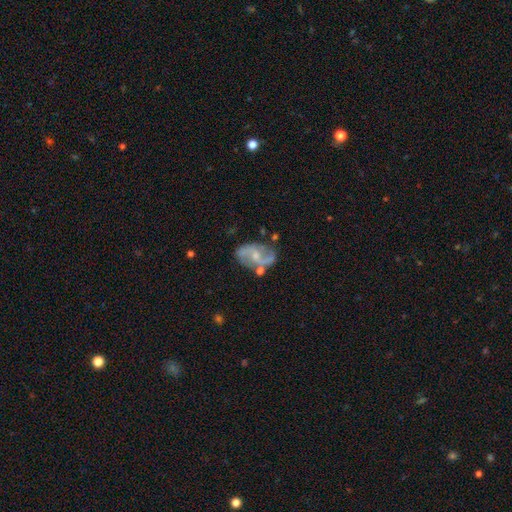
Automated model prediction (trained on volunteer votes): Morphology: type=featured or disk (78%); edge-on=no (97%); bar=no (46%); spiral arms=yes (89%); winding=loose (45%); arm count=2 (85%); bulge=small (52%); merging=none (62%).